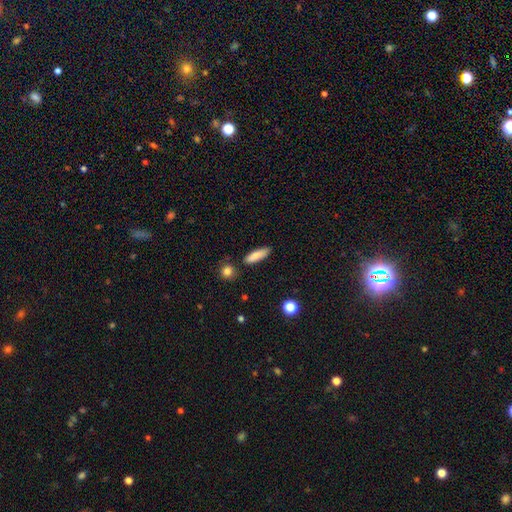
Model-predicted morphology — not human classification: Smooth or featured: smooth — 84% (featured or disk — 9%)
How rounded: cigar-shaped — 58% (in between — 39%)
Merging: none — 83% (minor disturbance — 12%)